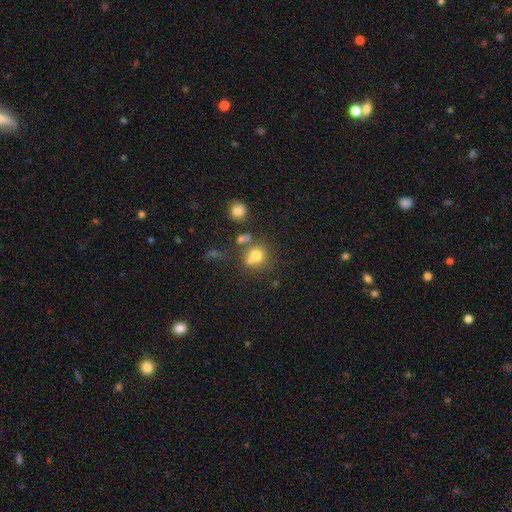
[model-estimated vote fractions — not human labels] A smooth galaxy with no disk features (71%) that is round (83%).

Vote fractions:
- Smooth or featured? smooth: 71% / star or artifact: 15% / featured or disk: 14%
- How rounded? round: 83% / in between: 16% / cigar-shaped: 1%
- Merging? none: 51% / merger: 32% / minor disturbance: 12% / major disturbance: 6%